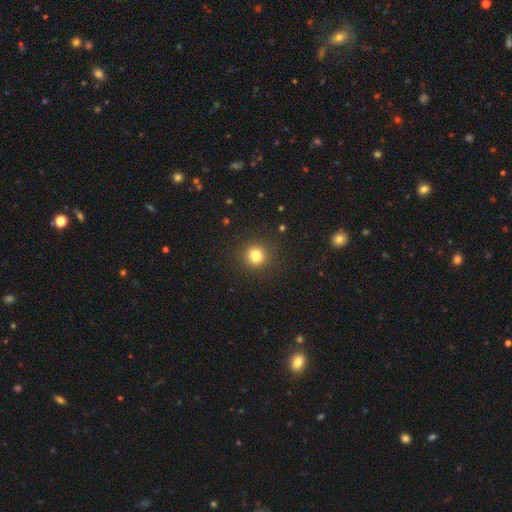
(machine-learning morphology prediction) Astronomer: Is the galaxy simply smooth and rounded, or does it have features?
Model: smooth — 81%.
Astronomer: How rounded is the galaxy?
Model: round — 93%.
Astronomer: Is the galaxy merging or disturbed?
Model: none — 91%.